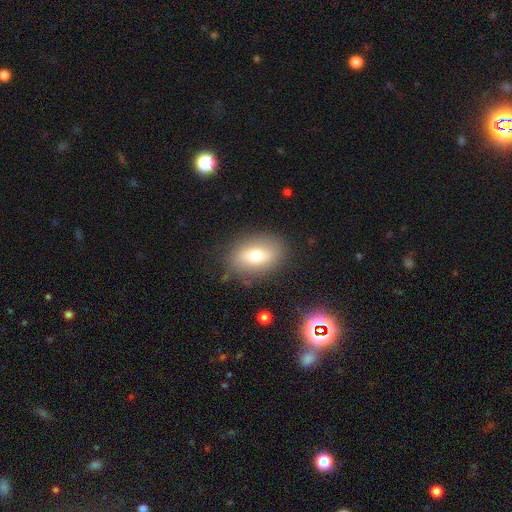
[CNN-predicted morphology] This is likely a smooth galaxy (64%). How rounded: likely in between (78%). Merging: clearly none (83%).